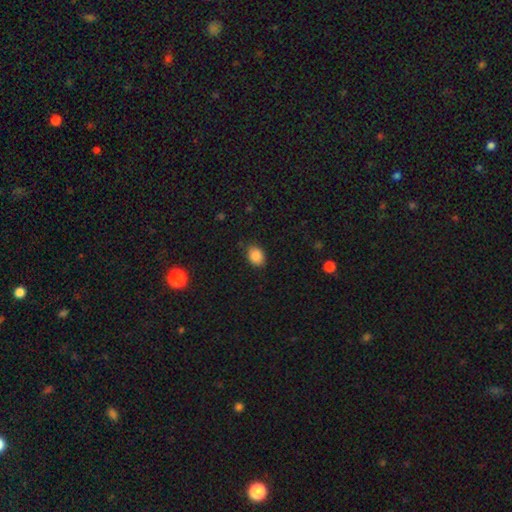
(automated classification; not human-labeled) smooth_or_featured: smooth (p=0.87) [alt: star or artifact p=0.09]
how_rounded: in between (p=0.70) [alt: round p=0.29]
merging: none (p=0.84) [alt: minor disturbance p=0.13]